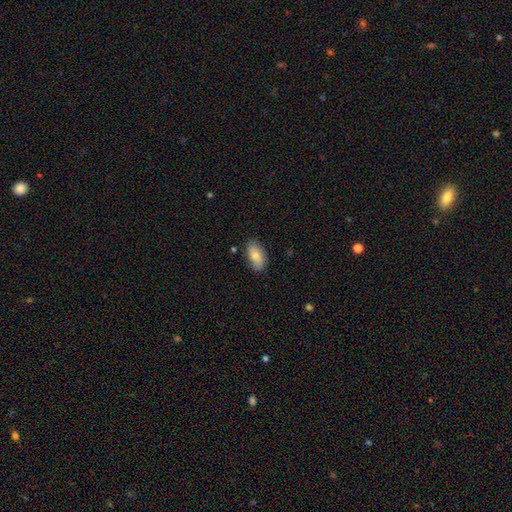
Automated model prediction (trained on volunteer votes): smooth 77%, featured or disk 17%, star or artifact 6%. Down the decision tree: how rounded — in between (93%); merging — none (82%).